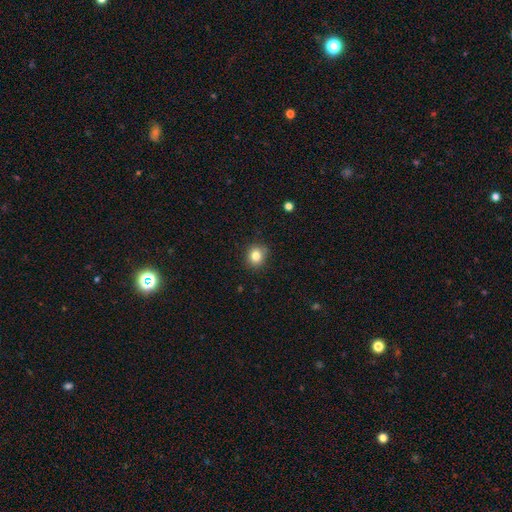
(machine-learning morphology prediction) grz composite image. It shows a smooth galaxy with no disk features (83%) that is round (77%). Merging: none (86%).